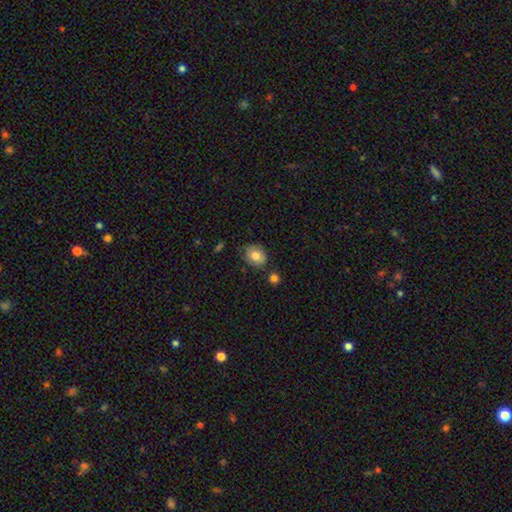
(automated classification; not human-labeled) This appears to be a smooth galaxy with no disk features (81%) that is in between round and cigar-shaped (53%). Merging: none (74%).